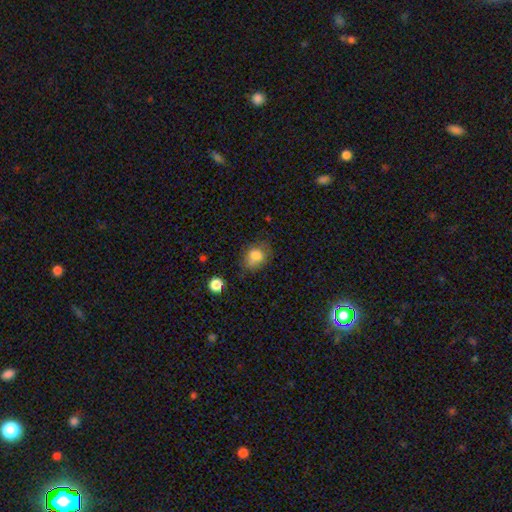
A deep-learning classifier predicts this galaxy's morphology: type=smooth (80%); roundness=round (60%); merging=none (64%).